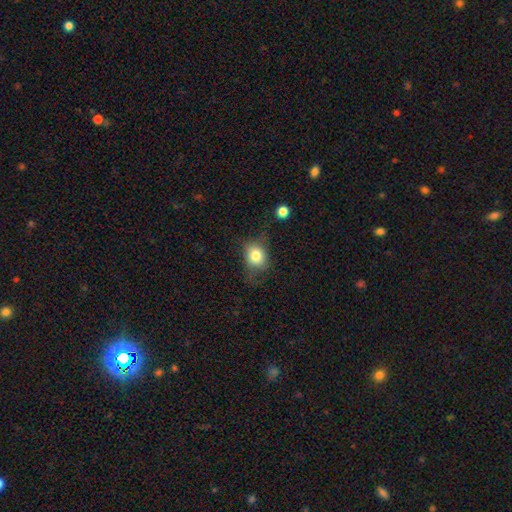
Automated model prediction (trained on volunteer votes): Morphology: type=smooth (78%); roundness=round (51%); merging=none (54%).